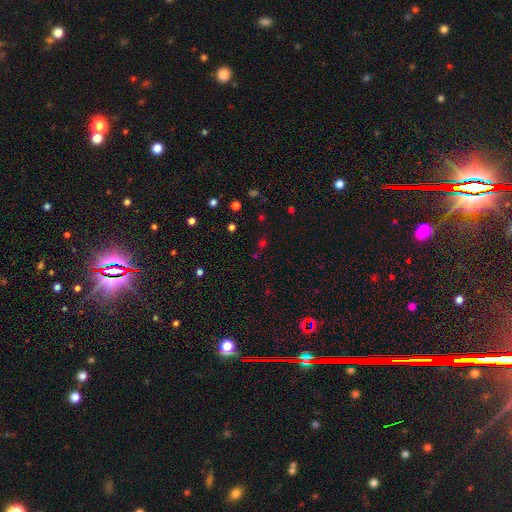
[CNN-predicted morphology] Smooth or featured? Predicted: star or artifact (p=0.52).